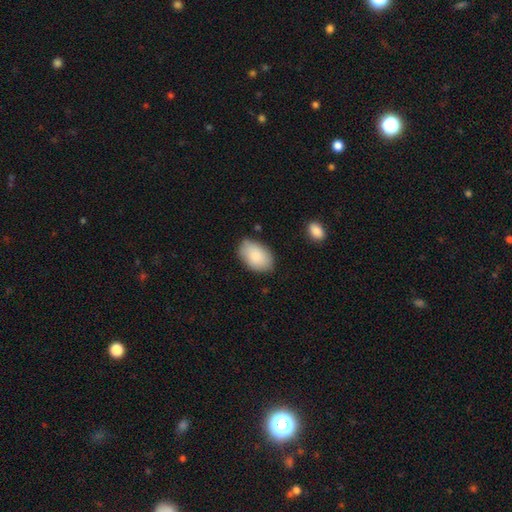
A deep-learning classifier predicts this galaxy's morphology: A smooth galaxy with no disk features (87%) that is in between round and cigar-shaped (91%). Merging: none (79%).